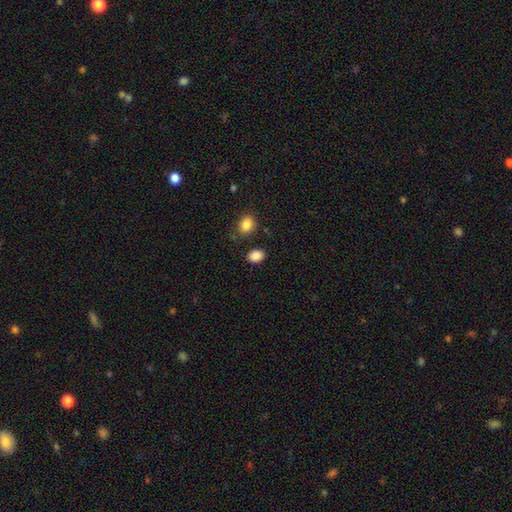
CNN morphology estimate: smooth 88%, star or artifact 9%, featured or disk 3%. Down the decision tree: how rounded — in between (70%); merging — none (82%).